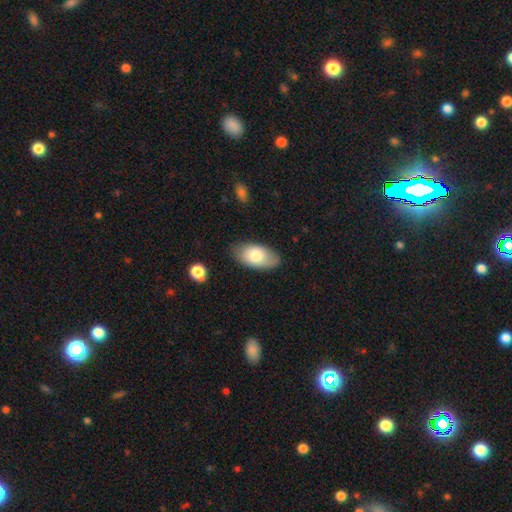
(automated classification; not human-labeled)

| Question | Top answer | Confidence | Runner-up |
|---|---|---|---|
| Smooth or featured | smooth | 78% | featured or disk (15%) |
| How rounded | in between | 94% | round (3%) |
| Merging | none | 78% | minor disturbance (17%) |